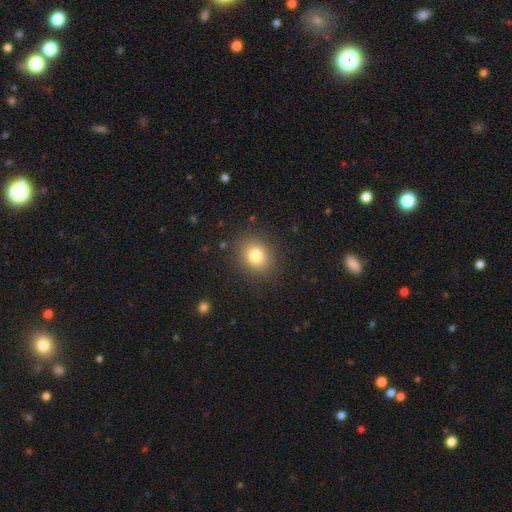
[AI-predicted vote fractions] Q: Smooth or featured?
A: smooth (79%); runner-up: star or artifact (12%)
Q: How rounded?
A: round (67%); runner-up: in between (32%)
Q: Merging?
A: none (87%); runner-up: minor disturbance (8%)